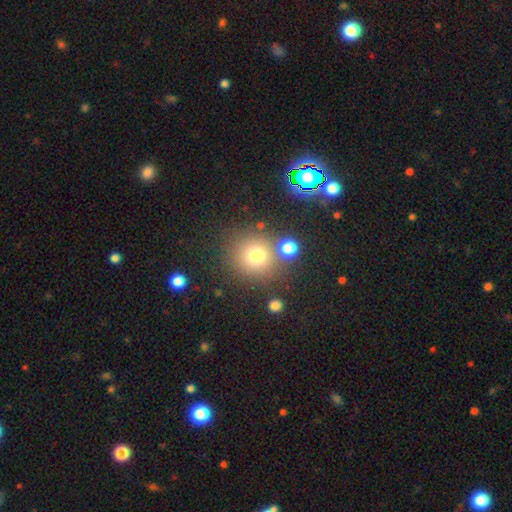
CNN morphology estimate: smooth-or-featured: smooth: 73% | star or artifact: 17% | featured or disk: 10%
  how-rounded: round: 92% | in between: 7% | cigar-shaped: 1%
  merging: none: 76% | merger: 10% | minor disturbance: 9% | major disturbance: 4%